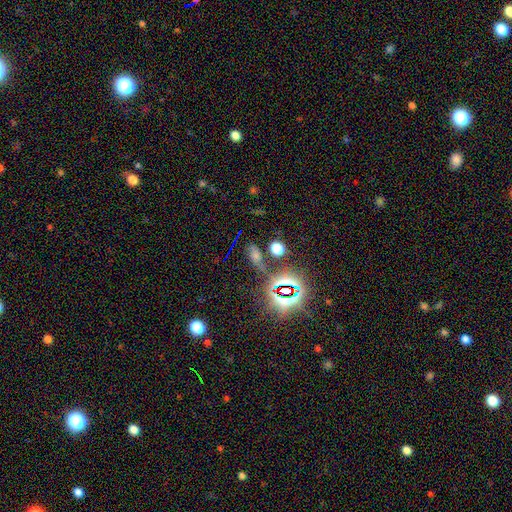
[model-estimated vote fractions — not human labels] This appears to be a star or artifact, not a galaxy (53%).